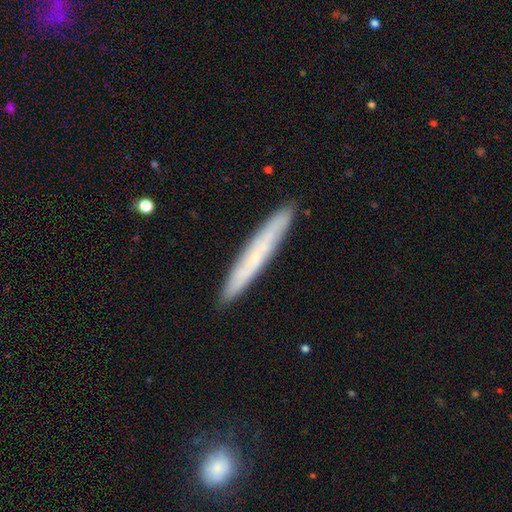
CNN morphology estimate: The model was most divided on "smooth or featured": smooth: 50%, featured or disk: 43%, star or artifact: 7%. More confident: merging — none (90%).